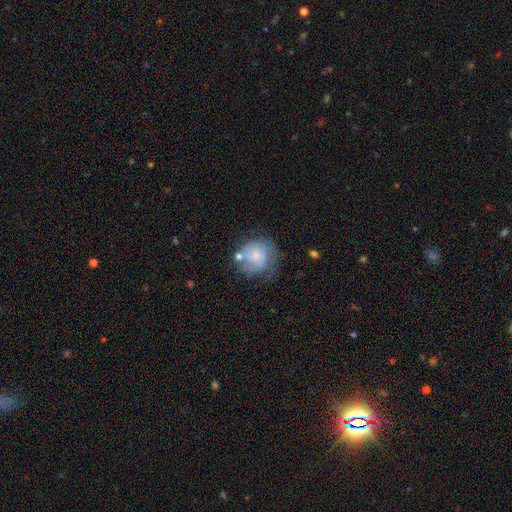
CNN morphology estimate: Smooth or featured?
  - featured or disk: 47% *
  - smooth: 45%
  - star or artifact: 8%
Merging?
  - none: 44% *
  - minor disturbance: 25%
  - major disturbance: 20%
  - merger: 11%